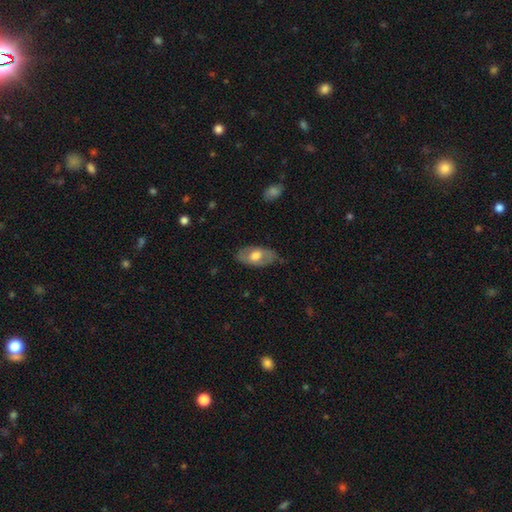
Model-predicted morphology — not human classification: Smooth or featured: smooth — 55% (featured or disk — 40%)
How rounded: in between — 92% (round — 5%)
Merging: none — 75% (minor disturbance — 19%)